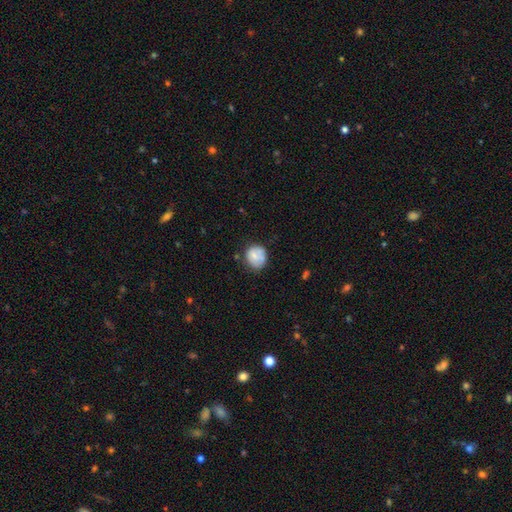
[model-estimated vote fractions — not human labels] Smooth or featured? Predicted: smooth (p=0.71). How rounded? Predicted: round (p=0.78). Merging? Predicted: none (p=0.62).